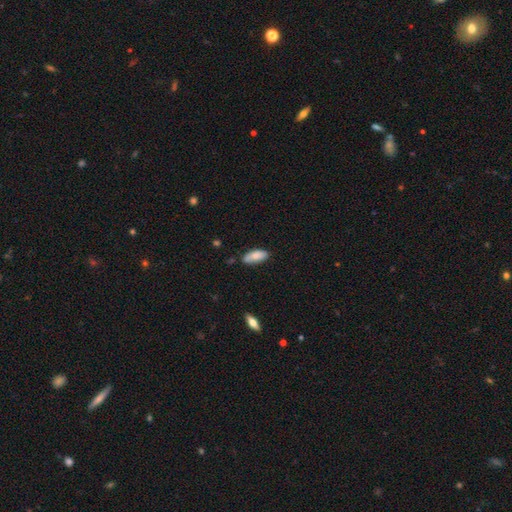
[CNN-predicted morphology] Smooth or featured? Predicted: smooth (p=0.81). How rounded? Predicted: in between (p=0.81). Merging? Predicted: none (p=0.68).